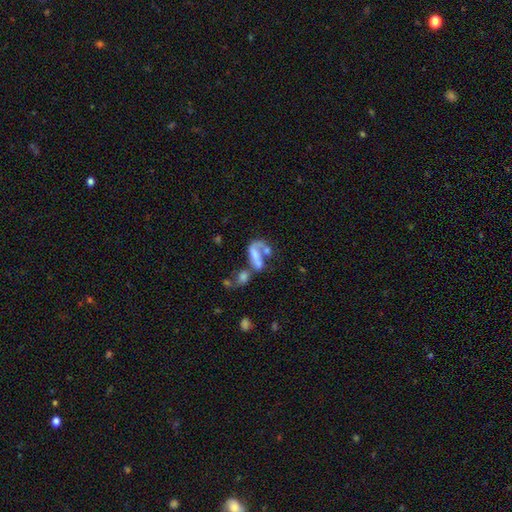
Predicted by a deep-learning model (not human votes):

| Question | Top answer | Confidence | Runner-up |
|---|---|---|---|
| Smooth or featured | smooth | 44% | featured or disk (43%) |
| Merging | merger | 51% | major disturbance (24%) |